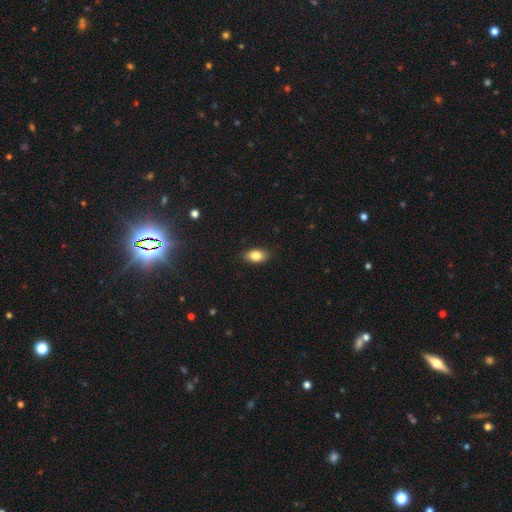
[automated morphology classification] A smooth galaxy with no disk features (85%) that is in between round and cigar-shaped (89%). Merging: none (86%).